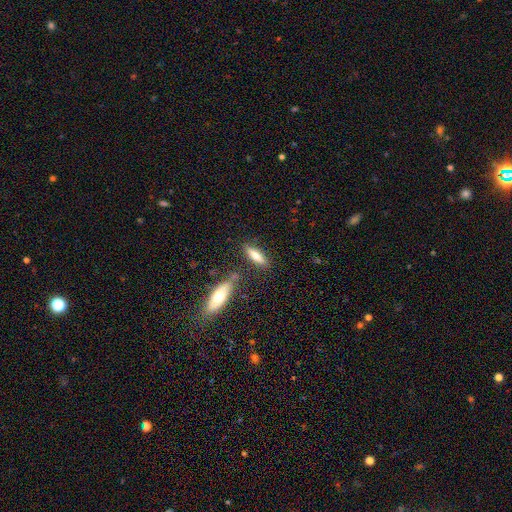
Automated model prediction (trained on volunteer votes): Q: Smooth or featured?
A: smooth (69%); runner-up: featured or disk (24%)
Q: How rounded?
A: cigar-shaped (58%); runner-up: in between (40%)
Q: Merging?
A: none (72%); runner-up: minor disturbance (13%)